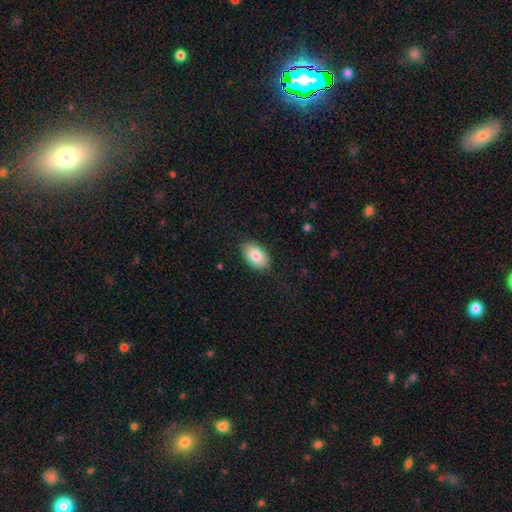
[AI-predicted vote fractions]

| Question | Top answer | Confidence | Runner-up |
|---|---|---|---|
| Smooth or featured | smooth | 83% | featured or disk (10%) |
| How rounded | in between | 92% | round (6%) |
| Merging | none | 86% | minor disturbance (11%) |